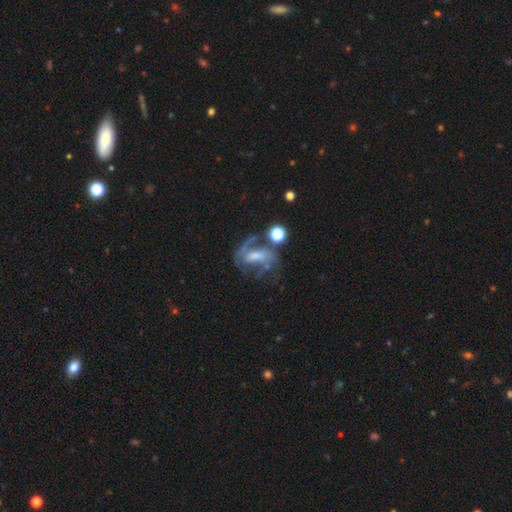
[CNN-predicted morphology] Smooth or featured? Predicted: featured or disk (p=0.72). Edge-on disk? Predicted: no (p=0.95). Bar? Predicted: weak (p=0.41). Spiral arms? Predicted: yes (p=0.81). Spiral winding? Predicted: medium (p=0.46). Spiral arm count? Predicted: 2 (p=0.54). Bulge size? Predicted: moderate (p=0.36). Merging? Predicted: none (p=0.39).